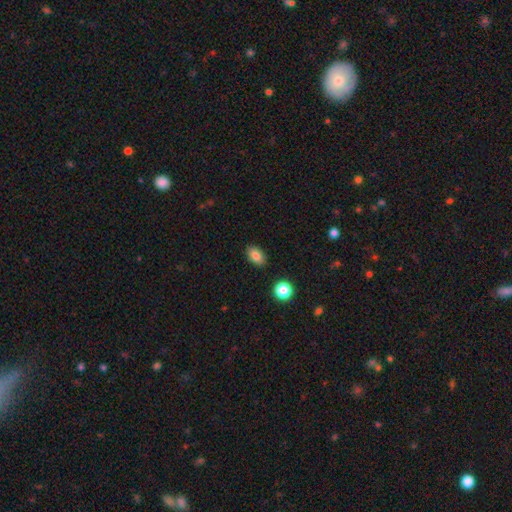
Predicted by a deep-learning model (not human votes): A smooth galaxy with no disk features (84%) that is in between round and cigar-shaped (88%).

Vote fractions:
- Smooth or featured? smooth: 84% / star or artifact: 9% / featured or disk: 7%
- How rounded? in between: 88% / round: 11% / cigar-shaped: 2%
- Merging? none: 88% / minor disturbance: 8% / major disturbance: 2% / merger: 2%